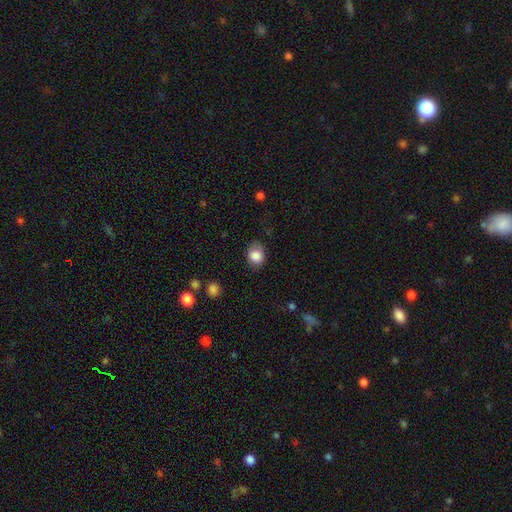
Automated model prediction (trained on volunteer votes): The model was most divided on "how rounded": in between: 50%, round: 49%, cigar-shaped: 1%. More confident: smooth or featured — smooth (84%); merging — none (75%).